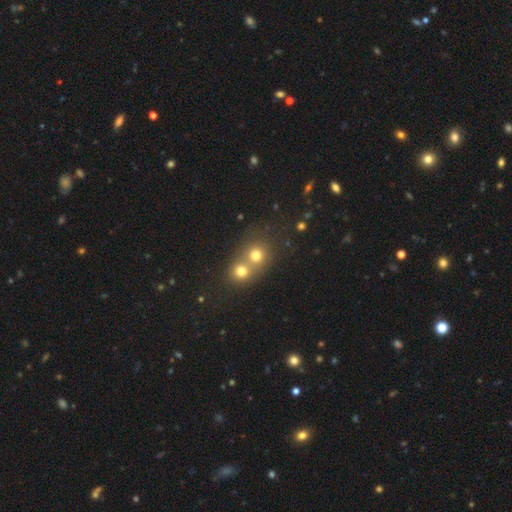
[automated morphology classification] This appears to be a smooth galaxy with no disk features (70%) that is round (82%). Merging: merger (57%).